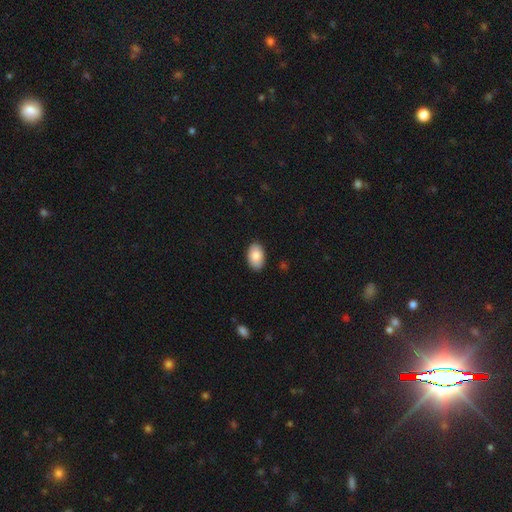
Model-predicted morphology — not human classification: A smooth galaxy with no disk features (85%) that is in between round and cigar-shaped (92%). Merging: none (89%).